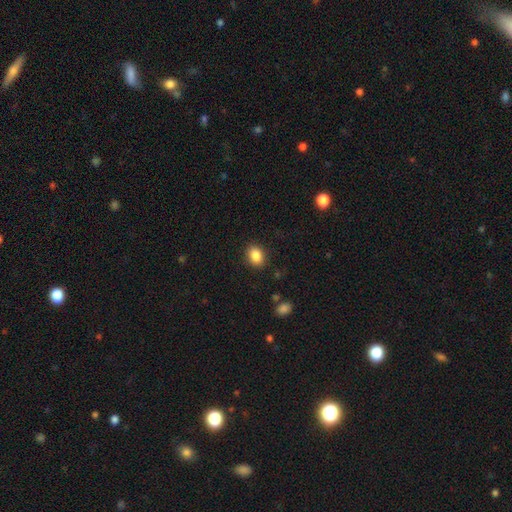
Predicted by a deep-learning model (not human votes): Smooth or featured? Predicted: smooth (p=0.86). How rounded? Predicted: in between (p=0.62). Merging? Predicted: none (p=0.88).